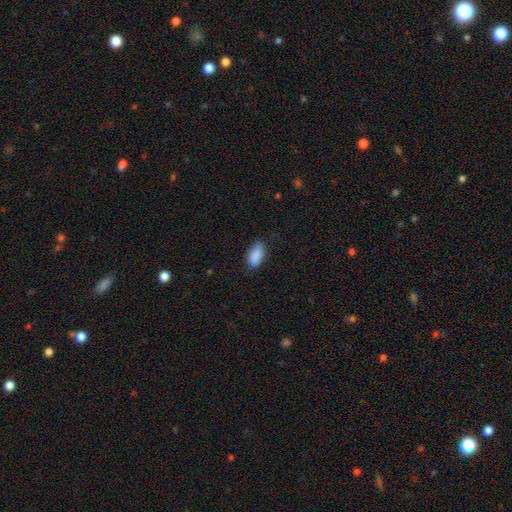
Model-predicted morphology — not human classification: The model was most divided on "merging": none: 75%, minor disturbance: 20%, major disturbance: 4%, merger: 1%. More confident: how rounded — in between (92%); smooth or featured — smooth (89%).